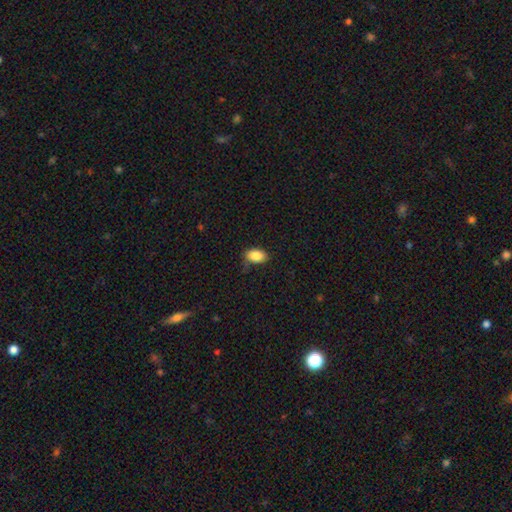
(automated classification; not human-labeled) Smooth or featured? smooth (87%)
How rounded? in between (90%)
Merging? none (75%)